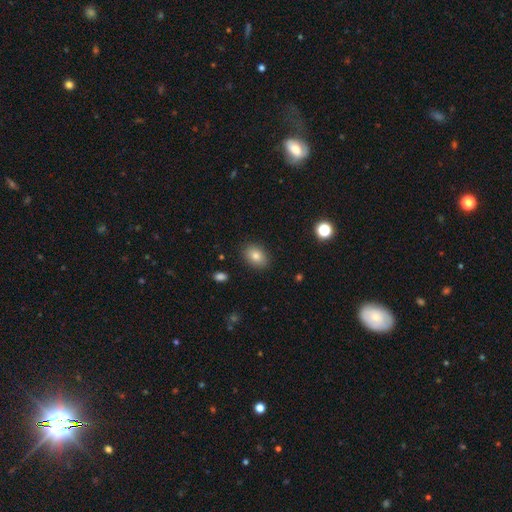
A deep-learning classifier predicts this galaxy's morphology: This appears to be a smooth galaxy with no disk features (82%) that is in between round and cigar-shaped (75%). Merging: none (88%).